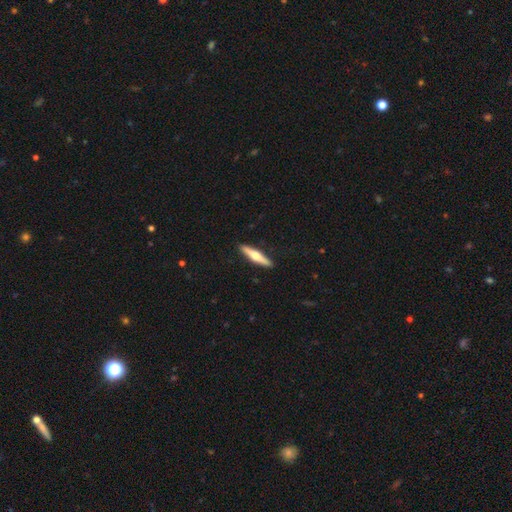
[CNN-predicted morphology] smooth_or_featured: featured or disk (p=0.58) [alt: smooth p=0.38]
disk_edge_on: yes (p=0.97) [alt: no p=0.03]
edge_on_bulge: rounded (p=0.93) [alt: boxy p=0.04]
merging: none (p=0.92) [alt: minor disturbance p=0.06]